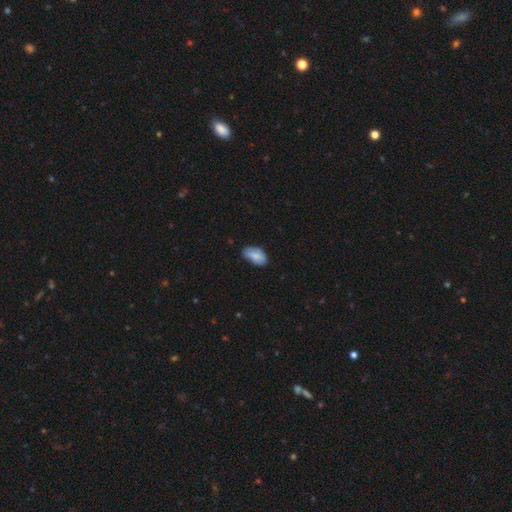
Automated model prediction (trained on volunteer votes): This is likely a smooth galaxy (79%). How rounded: clearly in between (93%). Merging: likely none (62%).